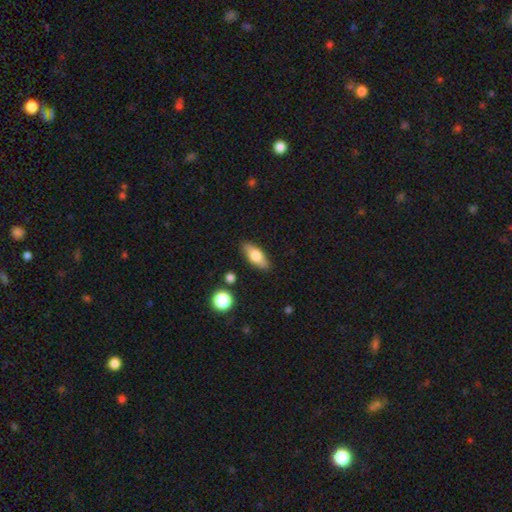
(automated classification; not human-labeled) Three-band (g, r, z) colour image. It shows a smooth galaxy with no disk features (71%) that is in between round and cigar-shaped (76%). Merging: none (86%).